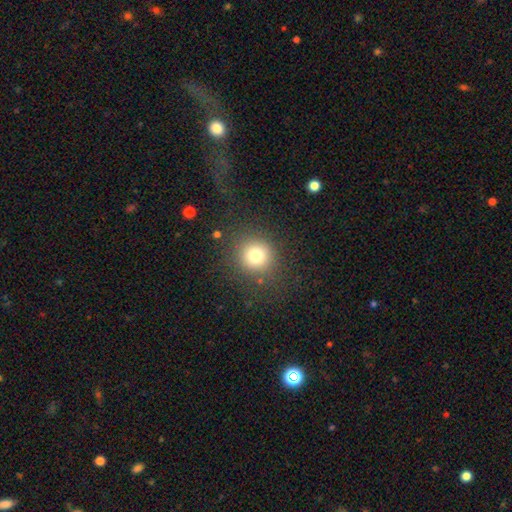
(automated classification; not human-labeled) Smooth or featured: smooth — 77% (star or artifact — 14%)
How rounded: round — 91% (in between — 8%)
Merging: none — 86% (minor disturbance — 8%)